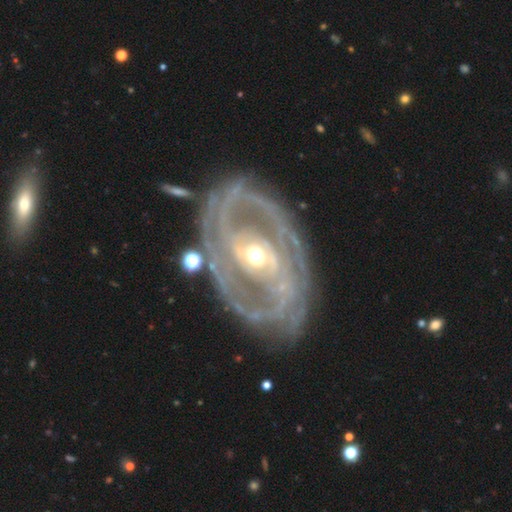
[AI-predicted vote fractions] smooth-or-featured: featured or disk: 89% | smooth: 7% | star or artifact: 4%
  disk-edge-on: no: 94% | yes: 6%
    bar: no: 53% | weak: 27% | strong: 20%
    has-spiral-arms: yes: 81% | no: 19%
      spiral-winding: tight: 60% | medium: 28% | loose: 12%
      spiral-arm-count: 2: 38% | can't tell: 28% | 3: 13% | 1: 8% | 4: 7% | more than 4: 7%
    bulge-size: moderate: 64% | small: 28% | large: 6% | dominant: 1% | none: 1%
  merging: none: 67% | minor disturbance: 18% | major disturbance: 12% | merger: 3%